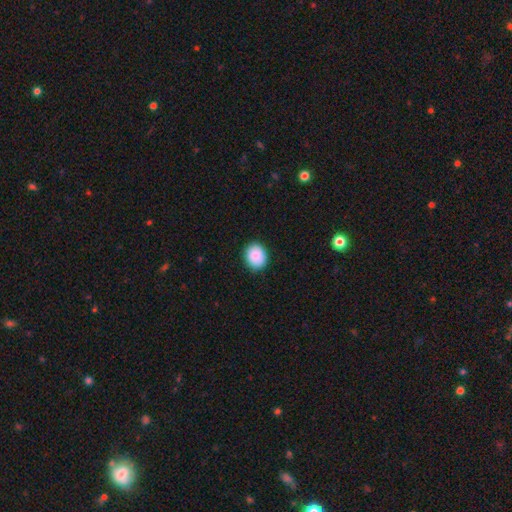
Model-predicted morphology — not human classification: The model was most divided on "how rounded": round: 58%, in between: 42%, cigar-shaped: 1%. More confident: smooth or featured — smooth (89%); merging — none (88%).